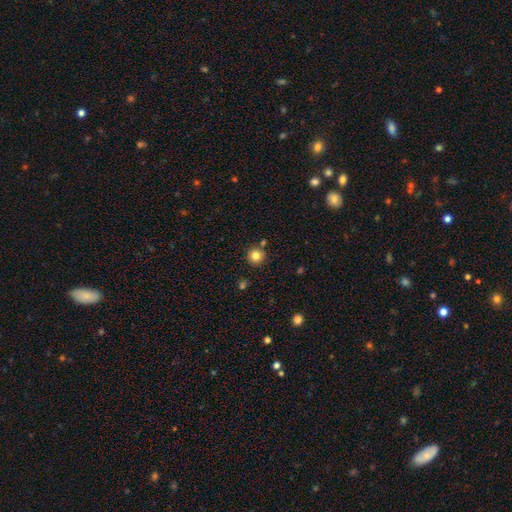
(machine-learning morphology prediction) Smooth or featured? Predicted: smooth (p=0.82). How rounded? Predicted: round (p=0.94). Merging? Predicted: none (p=0.84).